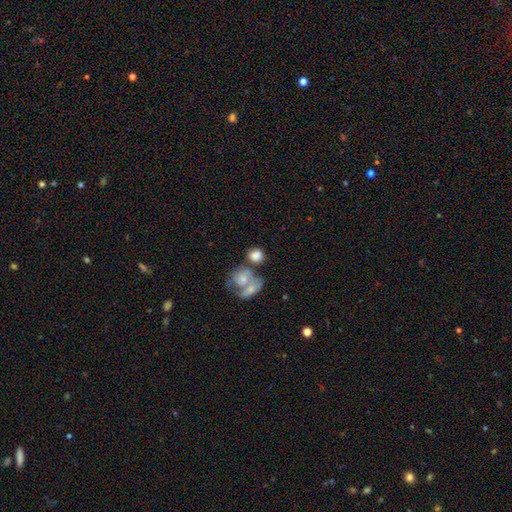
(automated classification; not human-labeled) smooth-or-featured: smooth: 76% | featured or disk: 16% | star or artifact: 8%
  how-rounded: round: 70% | in between: 29% | cigar-shaped: 1%
  merging: none: 41% | merger: 40% | minor disturbance: 11% | major disturbance: 8%